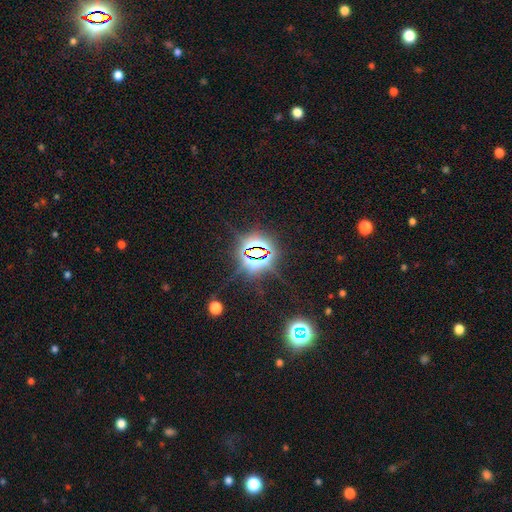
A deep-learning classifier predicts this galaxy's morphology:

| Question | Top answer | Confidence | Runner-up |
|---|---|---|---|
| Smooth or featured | star or artifact | 83% | smooth (9%) |